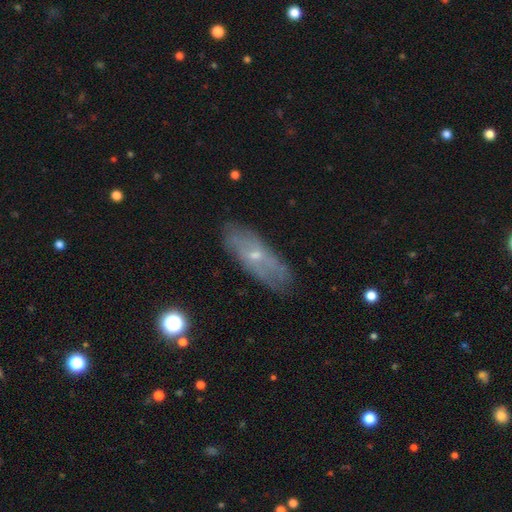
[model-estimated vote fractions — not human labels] smooth_or_featured: featured or disk (p=0.57) [alt: smooth p=0.35]
disk_edge_on: no (p=0.76) [alt: yes p=0.24]
merging: none (p=0.76) [alt: minor disturbance p=0.17]